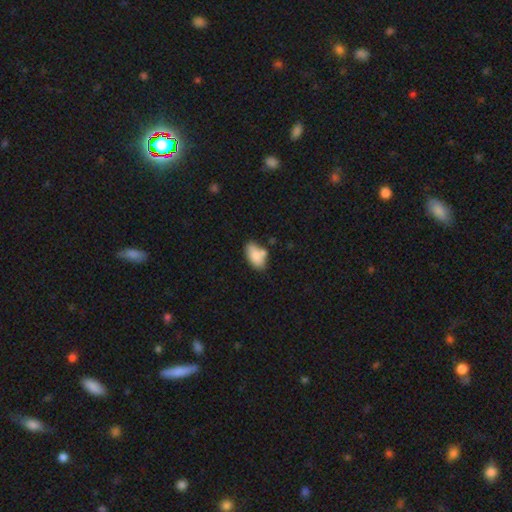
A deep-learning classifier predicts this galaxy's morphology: The model was most divided on "merging": none: 57%, minor disturbance: 21%, merger: 16%, major disturbance: 5%. More confident: how rounded — in between (92%); smooth or featured — smooth (83%).